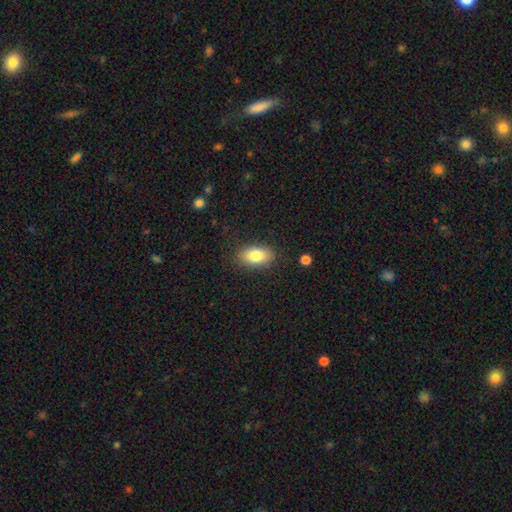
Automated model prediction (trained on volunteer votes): Overall: smooth (82%). How rounded: in between (90%). Merging: none (84%).